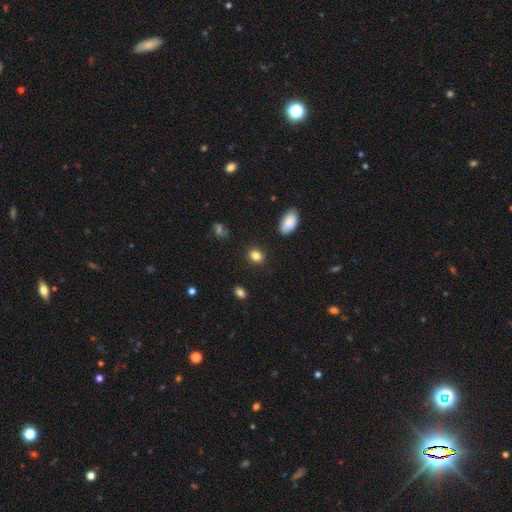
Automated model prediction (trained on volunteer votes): Overall: smooth (84%). How rounded: round (62%; in between 36%). Merging: none (88%).